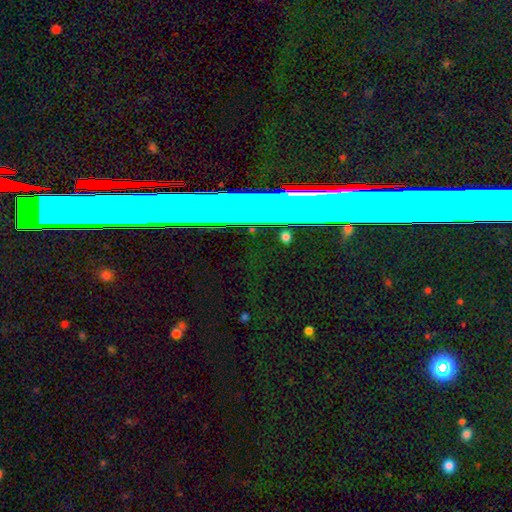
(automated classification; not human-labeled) This is possibly a star or artifact rather than a galaxy (57%).